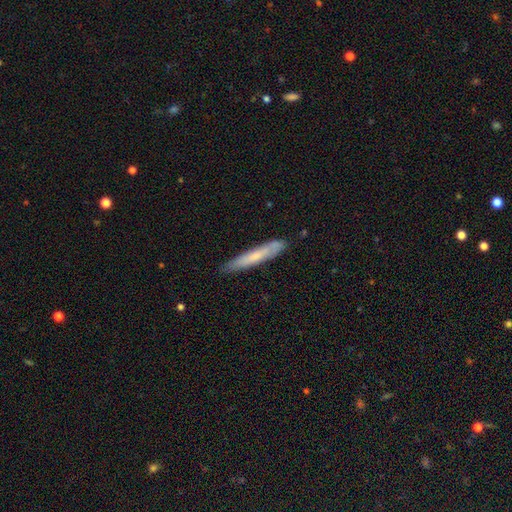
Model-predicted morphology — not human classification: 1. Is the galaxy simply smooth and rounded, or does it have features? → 59% smooth, 34% featured or disk, 6% star or artifact.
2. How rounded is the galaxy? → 93% cigar-shaped, 5% in between, 1% round.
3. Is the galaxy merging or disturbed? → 81% none, 15% minor disturbance, 2% major disturbance, 2% merger.